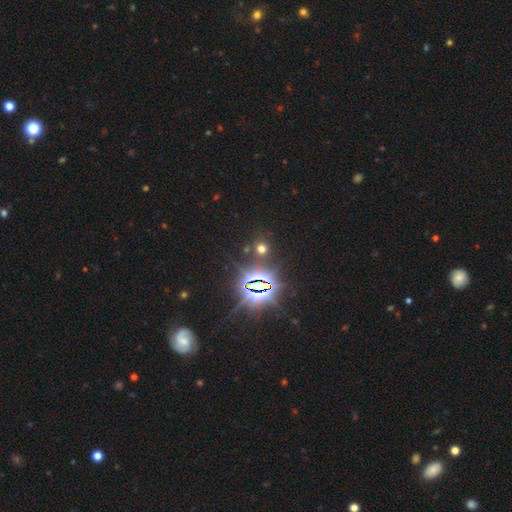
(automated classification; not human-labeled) smooth-or-featured: star or artifact: 83% | smooth: 11% | featured or disk: 7%